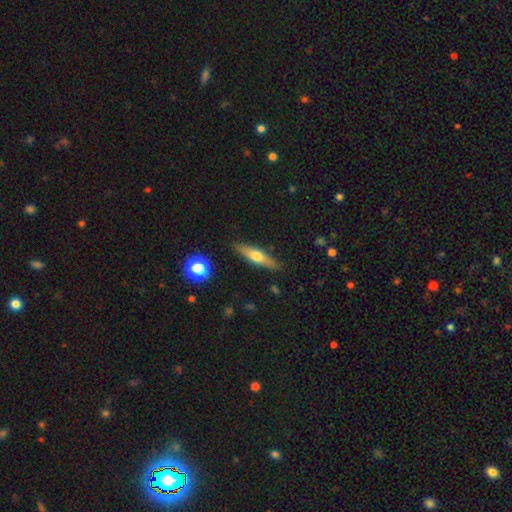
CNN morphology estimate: Smooth or featured? Predicted: smooth (p=0.52). How rounded? Predicted: cigar-shaped (p=0.70). Merging? Predicted: none (p=0.87).